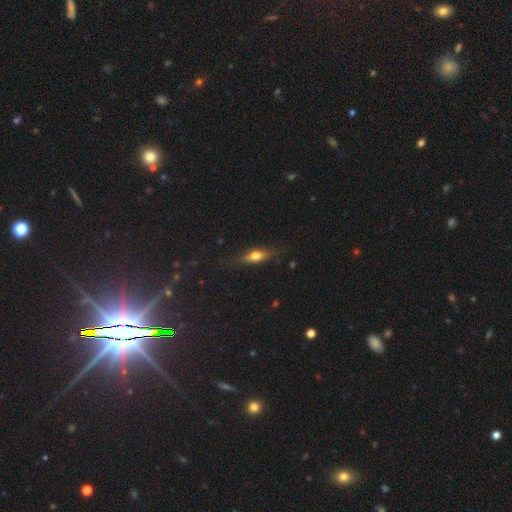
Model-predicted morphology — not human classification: type=smooth (51%); roundness=cigar-shaped (49%); merging=none (80%).